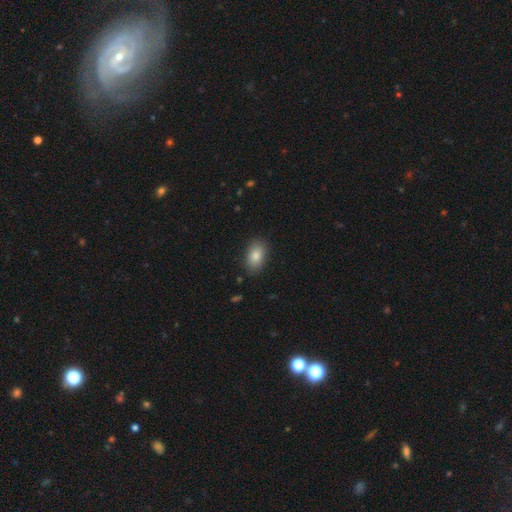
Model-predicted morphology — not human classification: Smooth or featured: smooth — 85% (star or artifact — 8%)
How rounded: in between — 90% (round — 9%)
Merging: none — 85% (minor disturbance — 11%)